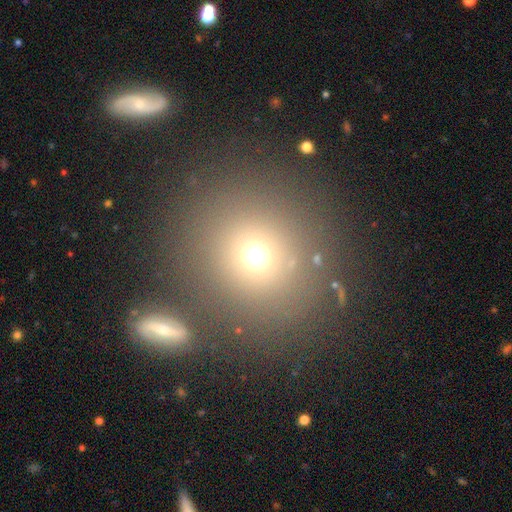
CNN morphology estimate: type=smooth (69%); roundness=round (87%); merging=none (75%).